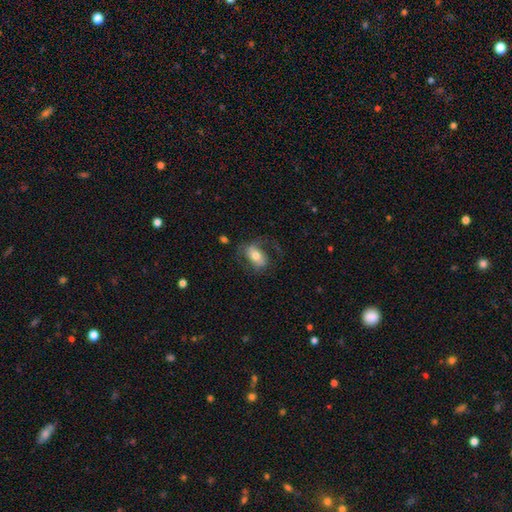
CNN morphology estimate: smooth_or_featured: smooth (p=0.53) [alt: featured or disk p=0.40]
how_rounded: in between (p=0.86) [alt: round p=0.11]
merging: none (p=0.56) [alt: major disturbance p=0.22]